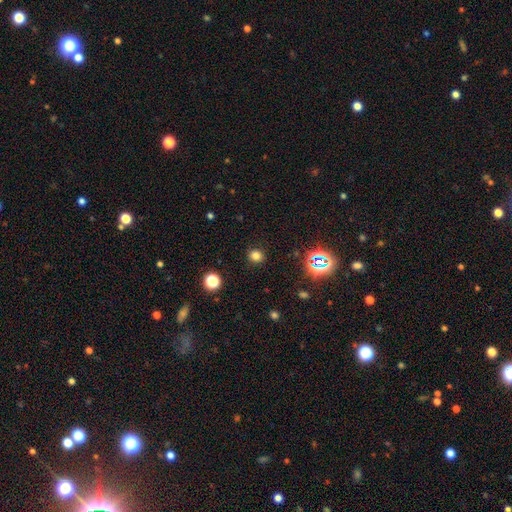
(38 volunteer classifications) A smooth galaxy with no disk features (92%) that is round (86%).

Vote fractions:
- Smooth or featured? smooth: 92% / star or artifact: 8% / featured or disk: 0%
- How rounded? round: 86% / in between: 14% / cigar-shaped: 0%
- Merging? none: 97% / minor disturbance: 3% / major disturbance: 0% / merger: 0%